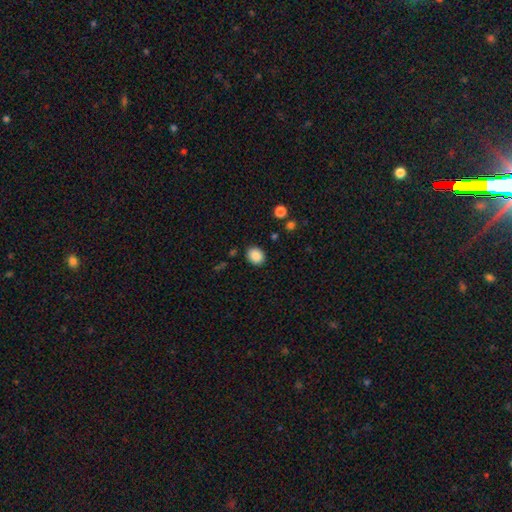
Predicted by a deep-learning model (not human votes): Morphology: type=smooth (87%); roundness=round (60%); merging=none (88%).